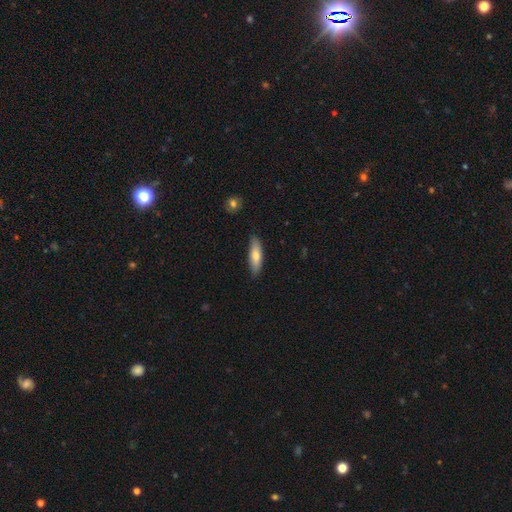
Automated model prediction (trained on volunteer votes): smooth-or-featured: smooth: 73% | featured or disk: 21% | star or artifact: 6%
  how-rounded: cigar-shaped: 54% | in between: 44% | round: 2%
  merging: none: 85% | minor disturbance: 12% | major disturbance: 2% | merger: 1%